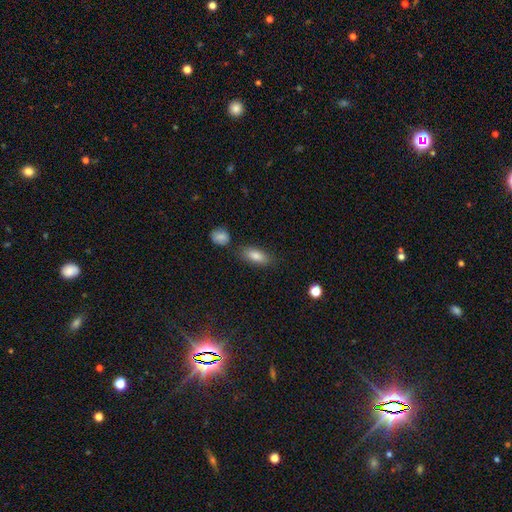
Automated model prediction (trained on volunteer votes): Morphology: type=smooth (81%); roundness=in between (80%); merging=none (78%).